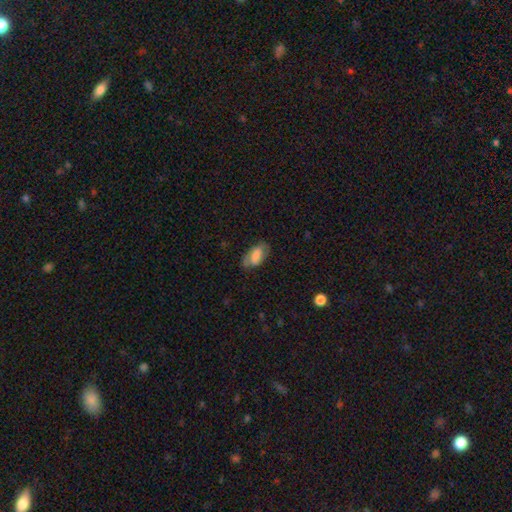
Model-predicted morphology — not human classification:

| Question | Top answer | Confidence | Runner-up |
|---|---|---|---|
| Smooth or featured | smooth | 70% | featured or disk (23%) |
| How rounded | in between | 91% | cigar-shaped (5%) |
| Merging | none | 67% | minor disturbance (23%) |